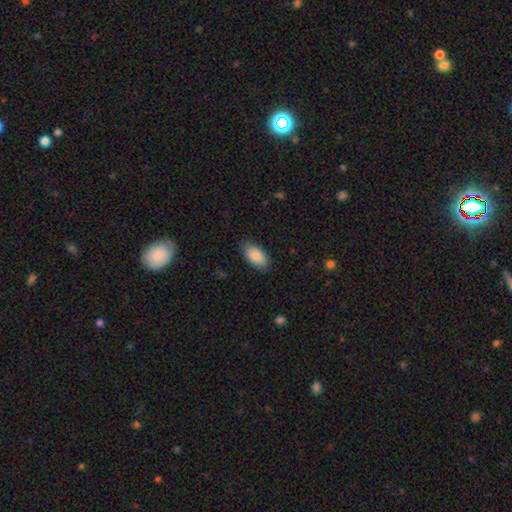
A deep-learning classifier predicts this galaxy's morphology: The model was most divided on "merging": none: 85%, minor disturbance: 12%, major disturbance: 3%, merger: 1%. More confident: how rounded — in between (94%); smooth or featured — smooth (89%).